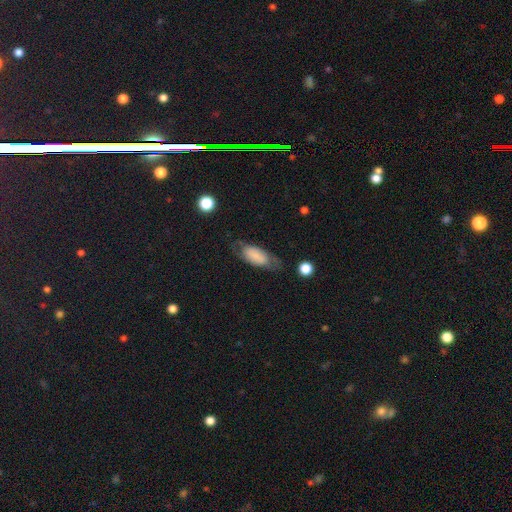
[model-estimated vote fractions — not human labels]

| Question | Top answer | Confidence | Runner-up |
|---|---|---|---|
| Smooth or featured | smooth | 70% | featured or disk (22%) |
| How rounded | in between | 82% | cigar-shaped (15%) |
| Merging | none | 58% | minor disturbance (26%) |